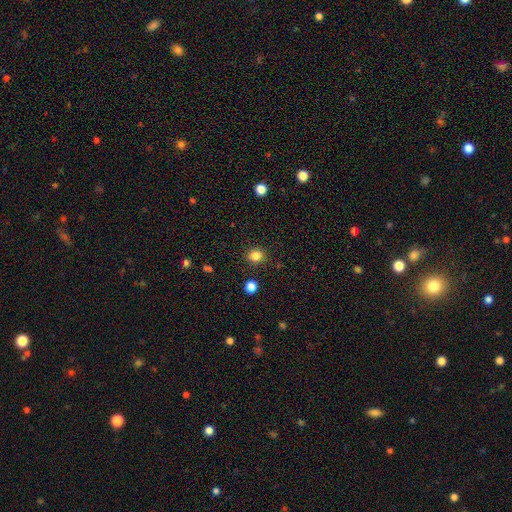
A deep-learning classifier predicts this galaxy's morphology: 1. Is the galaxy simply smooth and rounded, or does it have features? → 84% smooth, 12% star or artifact, 4% featured or disk.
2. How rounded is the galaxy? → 82% round, 18% in between, 1% cigar-shaped.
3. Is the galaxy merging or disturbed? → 90% none, 6% minor disturbance, 2% major disturbance, 2% merger.